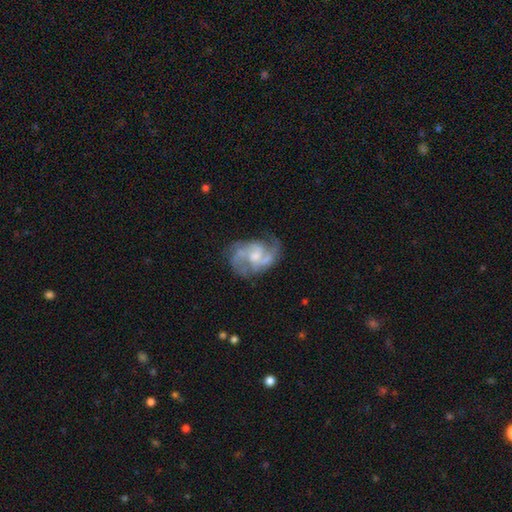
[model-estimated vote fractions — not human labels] This is clearly a featured or disk galaxy (83%). It is clearly not viewed edge-on (98%). Bar: possibly no (55%). Spiral arm pattern: clearly yes (92%). Spiral arm count: possibly 2 (58%). Spiral winding: possibly medium (52%). Central bulge: marginally moderate (45%). Merging: possibly none (59%).